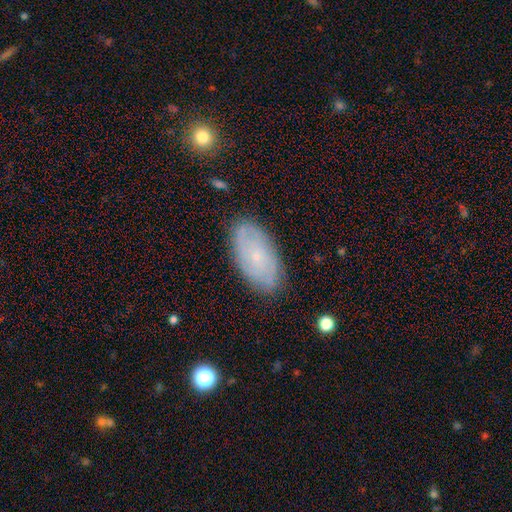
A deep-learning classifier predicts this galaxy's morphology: Smooth or featured?
  - featured or disk: 54% *
  - smooth: 39%
  - star or artifact: 8%
Edge-on disk?
  - no: 92% *
  - yes: 8%
Merging?
  - none: 81% *
  - minor disturbance: 14%
  - major disturbance: 3%
  - merger: 1%